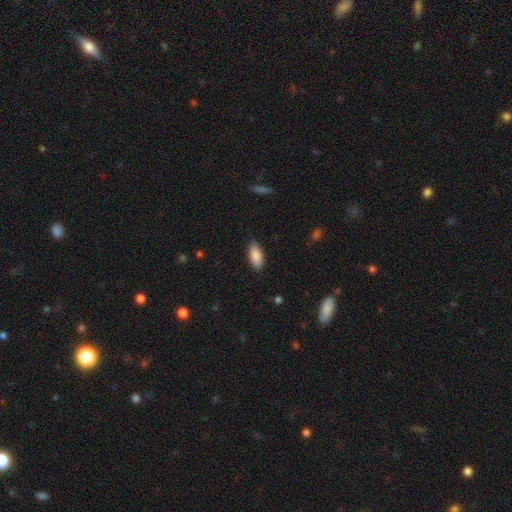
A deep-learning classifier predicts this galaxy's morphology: A smooth galaxy with no disk features (89%) that is in between round and cigar-shaped (86%).

Vote fractions:
- Smooth or featured? smooth: 89% / star or artifact: 6% / featured or disk: 5%
- How rounded? in between: 86% / cigar-shaped: 12% / round: 2%
- Merging? none: 86% / minor disturbance: 11% / major disturbance: 2% / merger: 1%